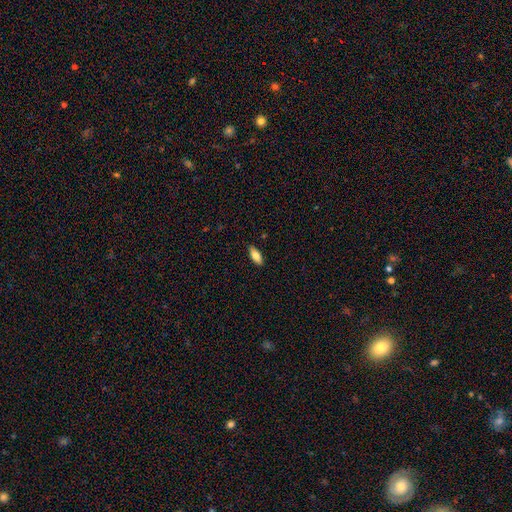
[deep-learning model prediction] The model was most divided on "smooth or featured": smooth: 77%, featured or disk: 17%, star or artifact: 6%. More confident: merging — none (88%); how rounded — in between (80%).